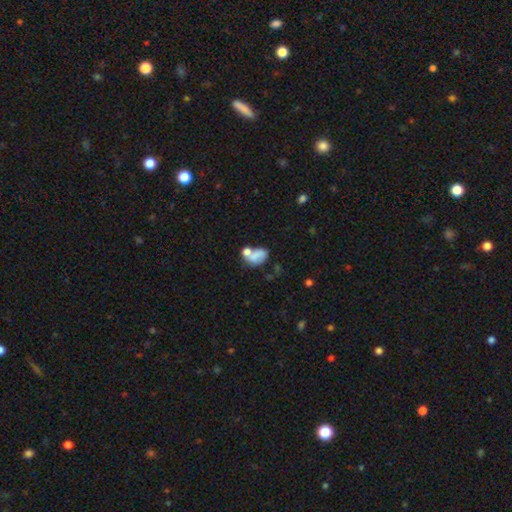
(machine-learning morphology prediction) Q: Smooth or featured?
A: smooth (65%); runner-up: featured or disk (24%)
Q: How rounded?
A: in between (78%); runner-up: round (20%)
Q: Merging?
A: merger (45%); runner-up: none (27%)